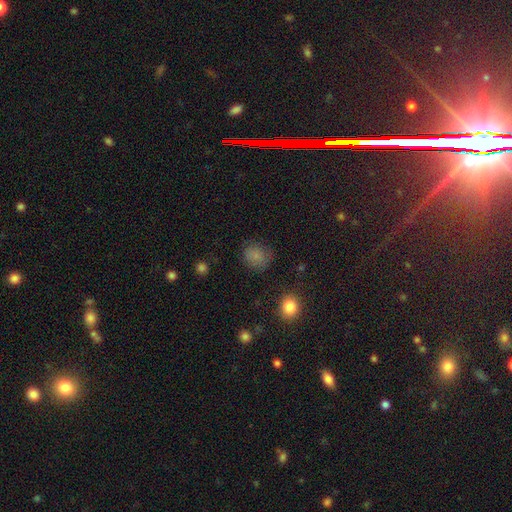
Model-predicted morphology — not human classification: smooth_or_featured: smooth (p=0.81) [alt: star or artifact p=0.13]
how_rounded: round (p=0.75) [alt: in between p=0.24]
merging: none (p=0.74) [alt: minor disturbance p=0.17]